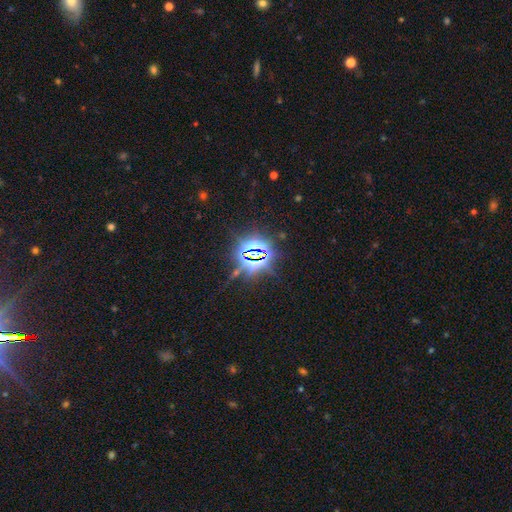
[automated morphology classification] Smooth or featured?
  - star or artifact: 83% *
  - smooth: 9%
  - featured or disk: 7%